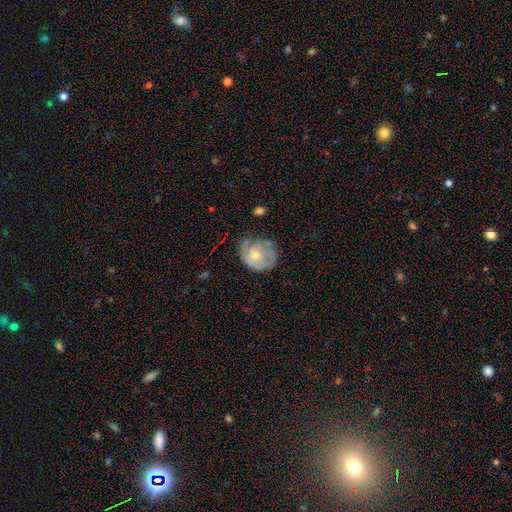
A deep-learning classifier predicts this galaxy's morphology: type=featured or disk (58%); edge-on=no (97%); bar=no (81%); spiral arms=yes (74%); bulge=moderate (57%); merging=none (55%).